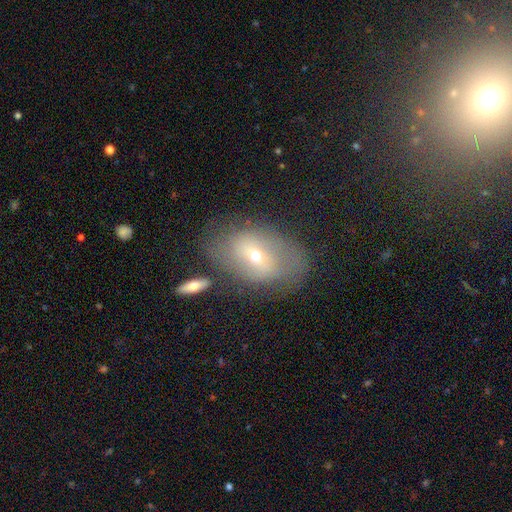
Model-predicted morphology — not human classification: A smooth galaxy with no disk features (44%, tied with featured or disk). Merging: none (59%).